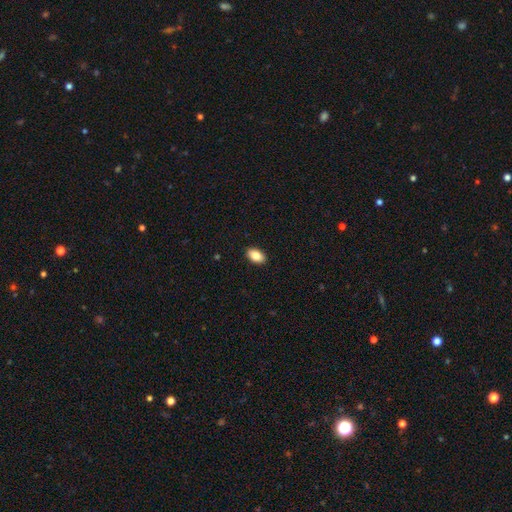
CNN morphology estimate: smooth_or_featured: smooth (p=0.85) [alt: featured or disk p=0.07]
how_rounded: in between (p=0.92) [alt: round p=0.06]
merging: none (p=0.90) [alt: minor disturbance p=0.07]